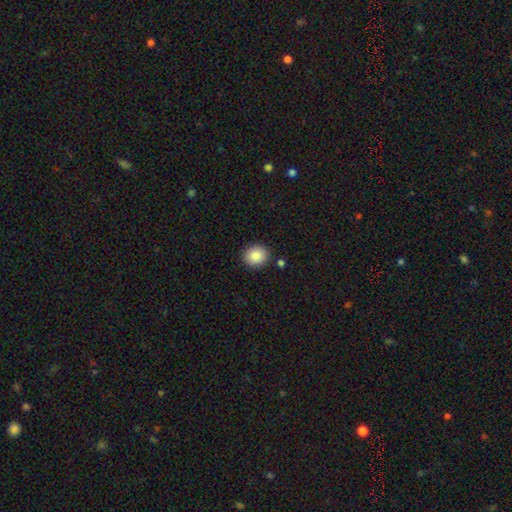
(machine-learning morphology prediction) Overall: smooth (86%). How rounded: round (83%). Merging: none (88%).